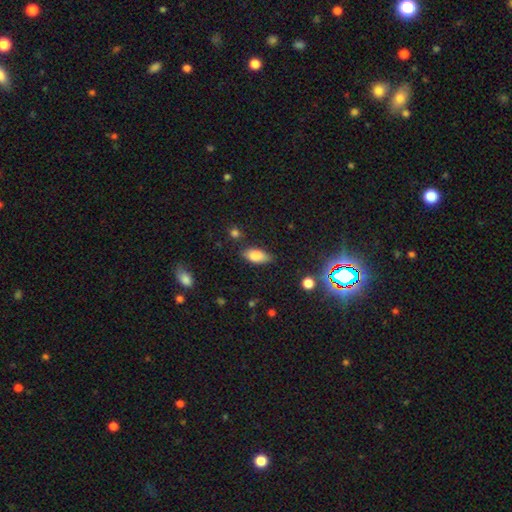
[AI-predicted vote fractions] Q: Smooth or featured?
A: smooth (82%); runner-up: featured or disk (9%)
Q: How rounded?
A: in between (87%); runner-up: cigar-shaped (10%)
Q: Merging?
A: none (75%); runner-up: minor disturbance (19%)